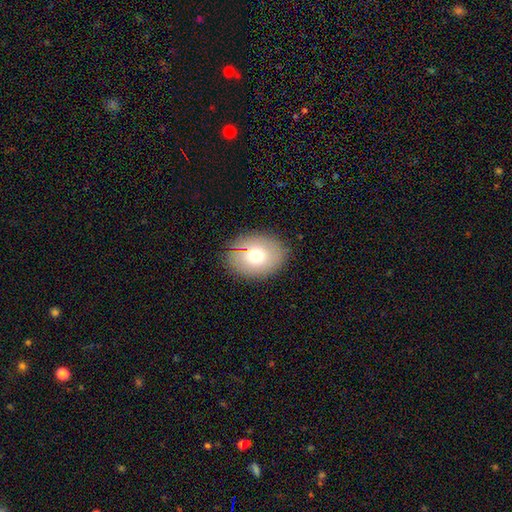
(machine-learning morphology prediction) This appears to be a smooth galaxy with no disk features (71%) that is in between round and cigar-shaped (63%). Merging: none (85%).